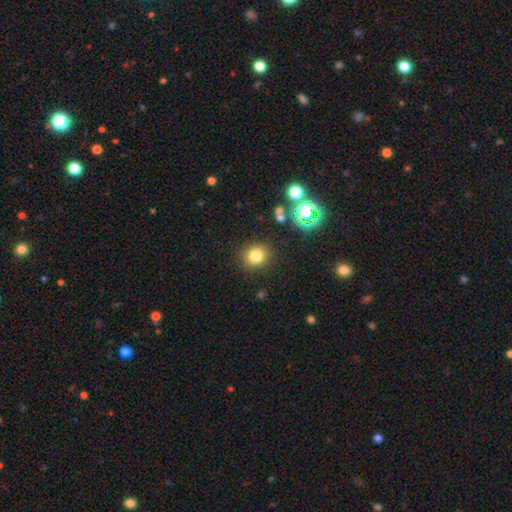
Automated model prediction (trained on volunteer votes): Smooth or featured: smooth — 79% (star or artifact — 14%)
How rounded: round — 82% (in between — 17%)
Merging: none — 88% (minor disturbance — 7%)